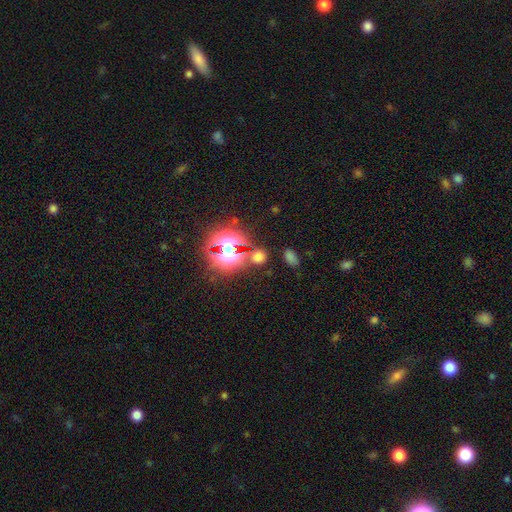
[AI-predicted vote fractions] Smooth or featured? star or artifact (63%)